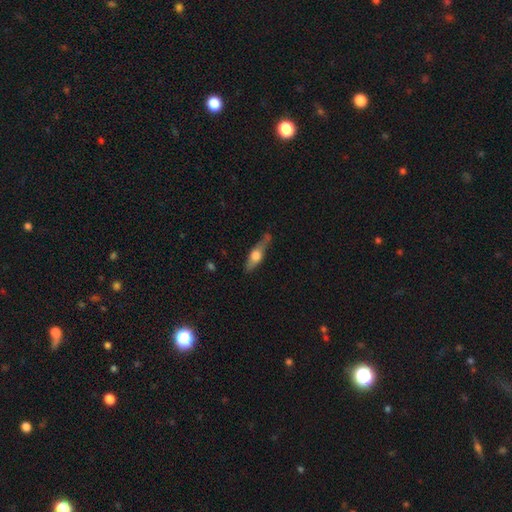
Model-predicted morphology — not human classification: This appears to be a featured or disk galaxy (54%) viewed edge-on (90%). Merging: none (73%).